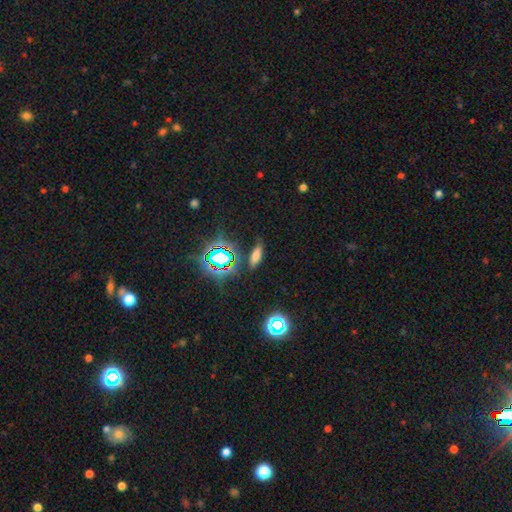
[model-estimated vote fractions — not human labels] Smooth or featured?
  - smooth: 62% *
  - star or artifact: 27%
  - featured or disk: 11%
How rounded?
  - in between: 62% *
  - cigar-shaped: 33%
  - round: 5%
Merging?
  - none: 80% *
  - minor disturbance: 13%
  - major disturbance: 4%
  - merger: 3%